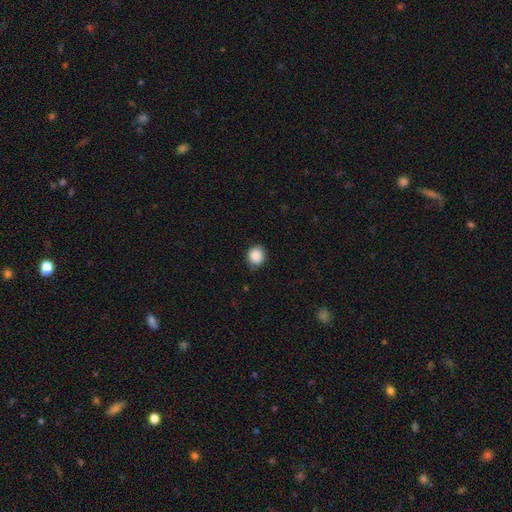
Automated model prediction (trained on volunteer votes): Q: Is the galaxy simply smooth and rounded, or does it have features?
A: smooth — 88%.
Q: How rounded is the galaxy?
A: round — 82%.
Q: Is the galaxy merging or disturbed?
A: none — 85%.